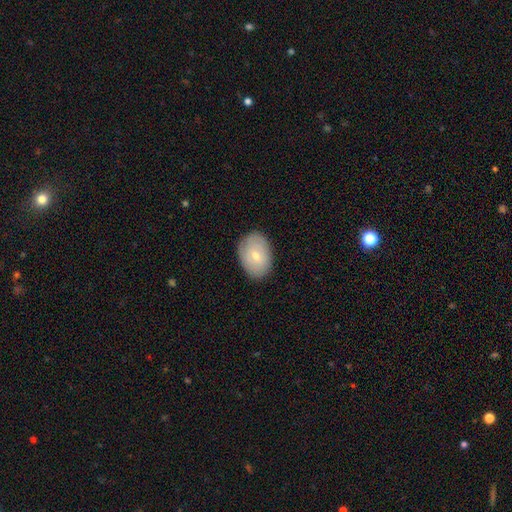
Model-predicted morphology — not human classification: Q: Smooth or featured?
A: smooth (67%); runner-up: featured or disk (26%)
Q: How rounded?
A: in between (81%); runner-up: round (18%)
Q: Merging?
A: none (85%); runner-up: minor disturbance (12%)